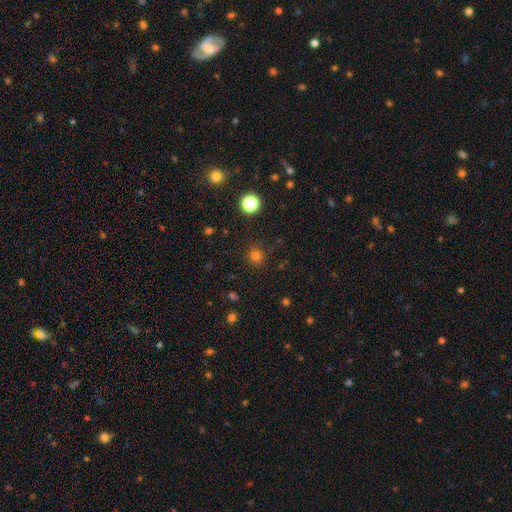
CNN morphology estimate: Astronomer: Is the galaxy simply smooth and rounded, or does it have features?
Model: smooth — 75%.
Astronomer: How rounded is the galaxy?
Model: round — 90%.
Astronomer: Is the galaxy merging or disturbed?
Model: none — 84%.